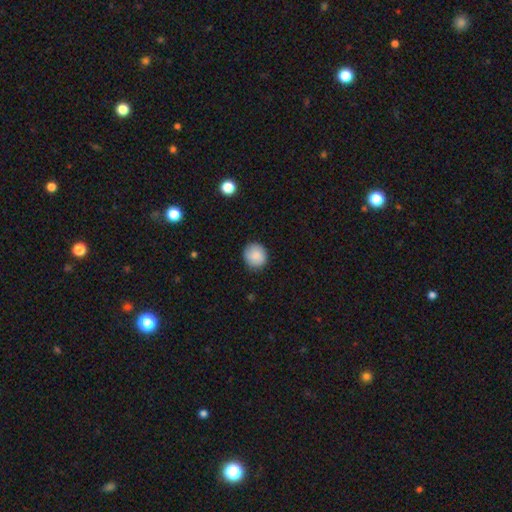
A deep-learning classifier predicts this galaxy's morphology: Q: Smooth or featured?
A: smooth (86%); runner-up: featured or disk (7%)
Q: How rounded?
A: round (89%); runner-up: in between (10%)
Q: Merging?
A: none (88%); runner-up: minor disturbance (9%)